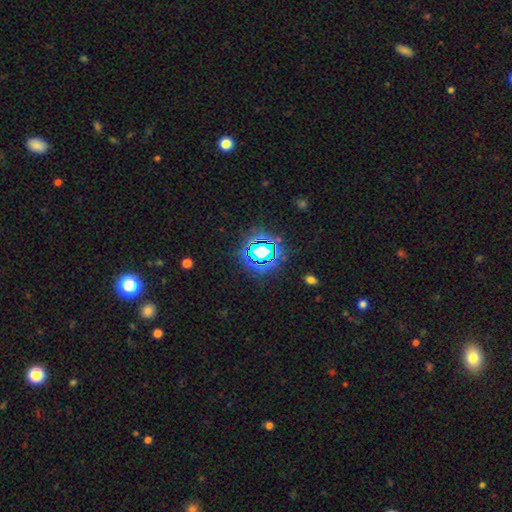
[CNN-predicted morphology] A star or artifact, not a galaxy (71%).